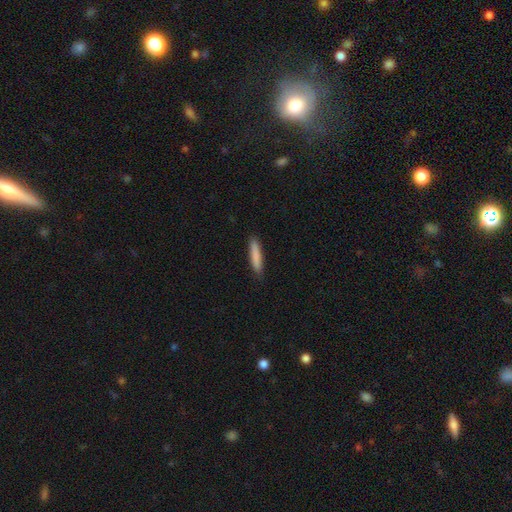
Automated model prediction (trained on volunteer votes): Smooth or featured?
  - smooth: 85% *
  - featured or disk: 9%
  - star or artifact: 6%
How rounded?
  - cigar-shaped: 89% *
  - in between: 10%
  - round: 1%
Merging?
  - none: 89% *
  - minor disturbance: 8%
  - major disturbance: 2%
  - merger: 1%